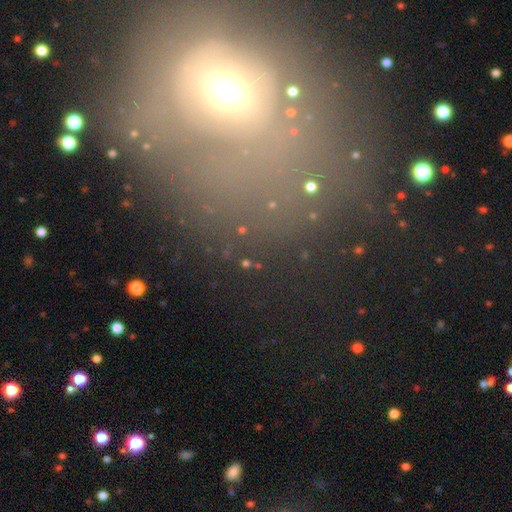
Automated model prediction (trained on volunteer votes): Morphology: type=star or artifact (41%).